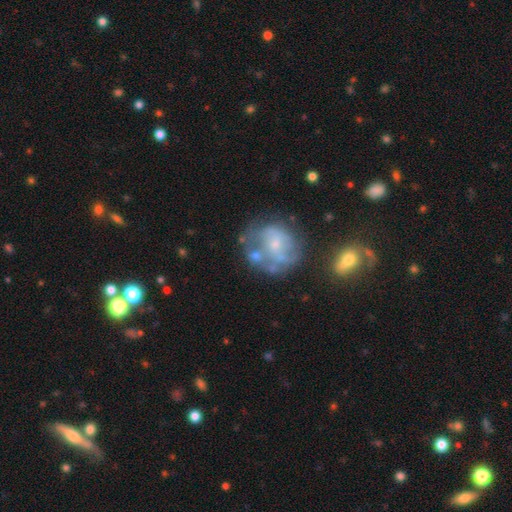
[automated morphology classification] Smooth or featured? Predicted: featured or disk (p=0.55). Edge-on disk? Predicted: no (p=0.98). Bar? Predicted: no (p=0.70). Spiral arms? Predicted: no (p=0.62). Bulge size? Predicted: small (p=0.45). Merging? Predicted: none (p=0.41).